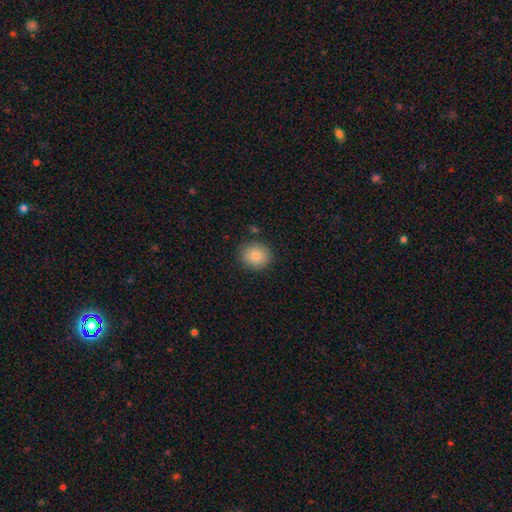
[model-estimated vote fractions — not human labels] This appears to be a smooth galaxy with no disk features (82%) that is round (80%). Merging: none (85%).